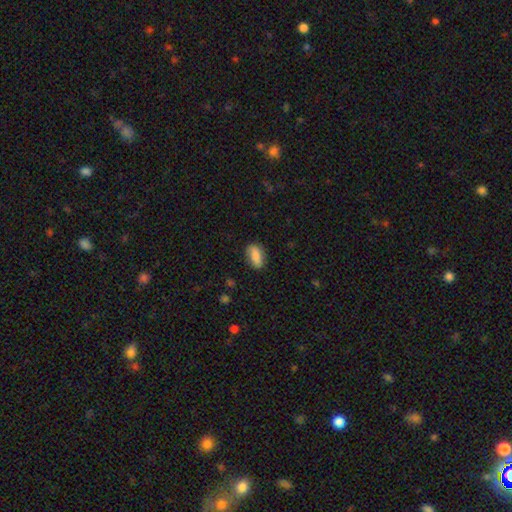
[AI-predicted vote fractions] Smooth or featured: smooth — 85% (featured or disk — 8%)
How rounded: in between — 86% (cigar-shaped — 9%)
Merging: none — 81% (minor disturbance — 15%)